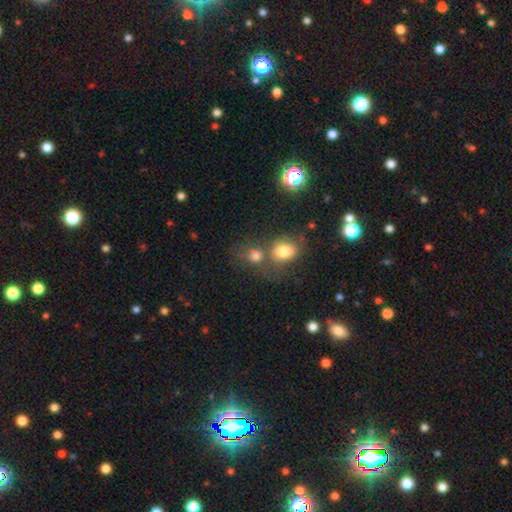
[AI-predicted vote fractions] This appears to be a smooth galaxy with no disk features (74%) that is round (64%). Merging: merger (48%).